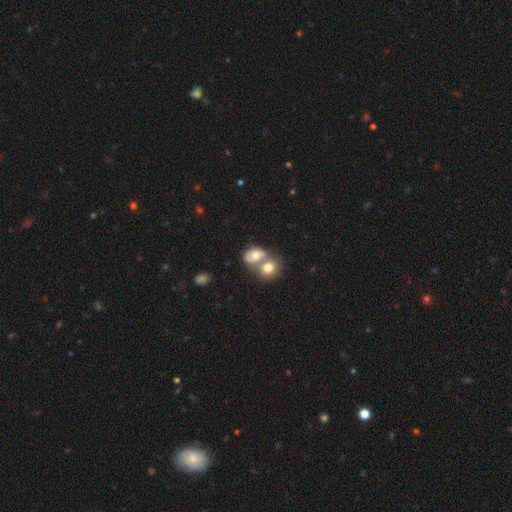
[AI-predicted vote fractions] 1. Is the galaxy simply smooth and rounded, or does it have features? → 69% smooth, 22% featured or disk, 9% star or artifact.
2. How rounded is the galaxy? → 50% in between, 49% round, 1% cigar-shaped.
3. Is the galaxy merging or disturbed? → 70% merger, 20% none, 6% minor disturbance, 4% major disturbance.